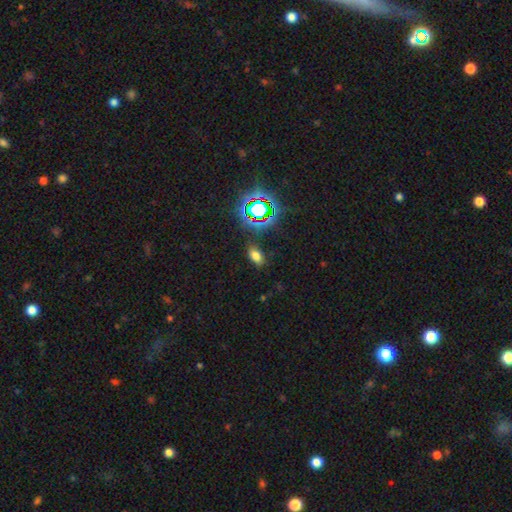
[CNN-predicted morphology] Q: Smooth or featured?
A: smooth (66%); runner-up: star or artifact (26%)
Q: How rounded?
A: in between (87%); runner-up: round (9%)
Q: Merging?
A: none (82%); runner-up: minor disturbance (12%)